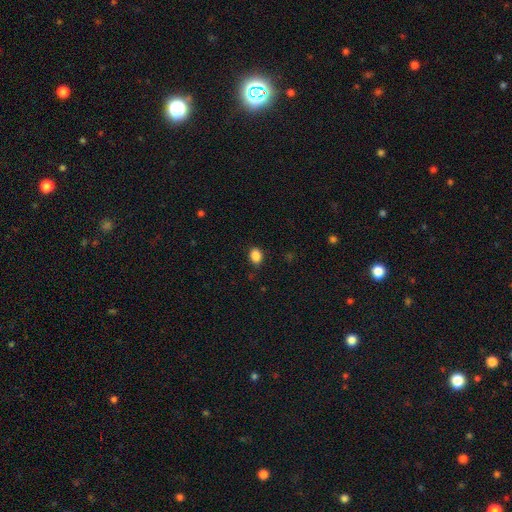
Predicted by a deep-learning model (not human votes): Overall: smooth (87%). How rounded: in between (73%). Merging: none (83%).